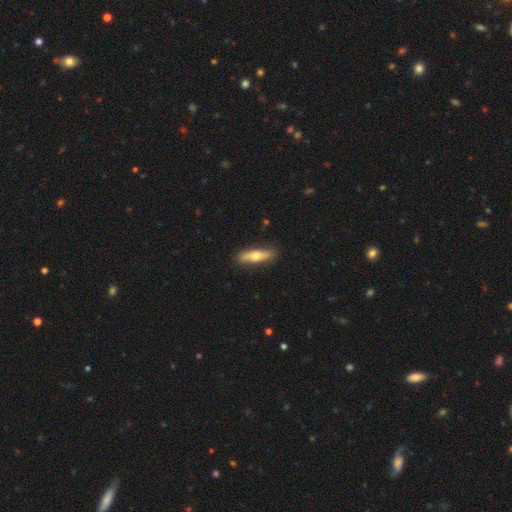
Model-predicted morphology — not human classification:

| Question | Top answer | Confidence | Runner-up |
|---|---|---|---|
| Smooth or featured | smooth | 50% | featured or disk (45%) |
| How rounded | cigar-shaped | 69% | in between (29%) |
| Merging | none | 86% | minor disturbance (11%) |